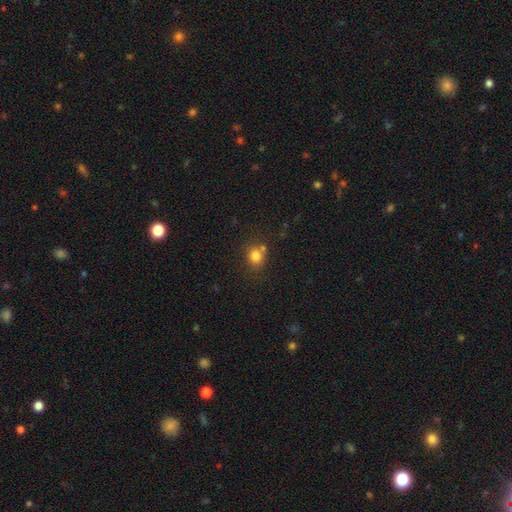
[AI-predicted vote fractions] The model was most divided on "how rounded": round: 73%, in between: 26%, cigar-shaped: 1%. More confident: smooth or featured — smooth (81%); merging — none (66%).